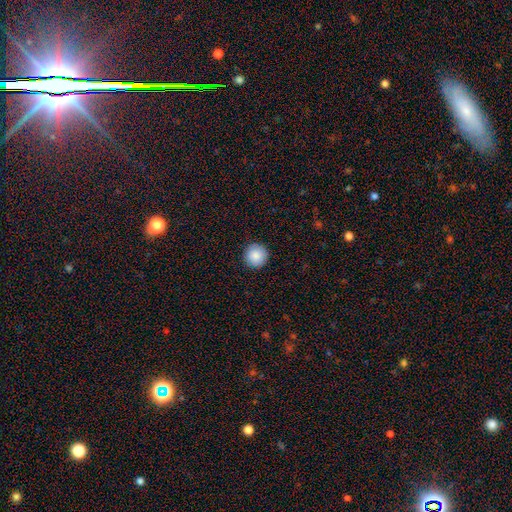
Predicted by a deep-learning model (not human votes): This appears to be a smooth galaxy with no disk features (88%) that is round (96%). Merging: none (92%).